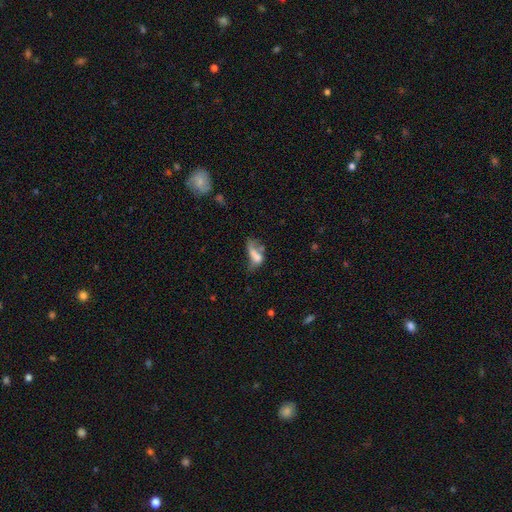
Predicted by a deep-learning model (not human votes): Overall: smooth (57%; featured or disk 31%). How rounded: in between (76%). Merging: major disturbance (33%; merger 31%).